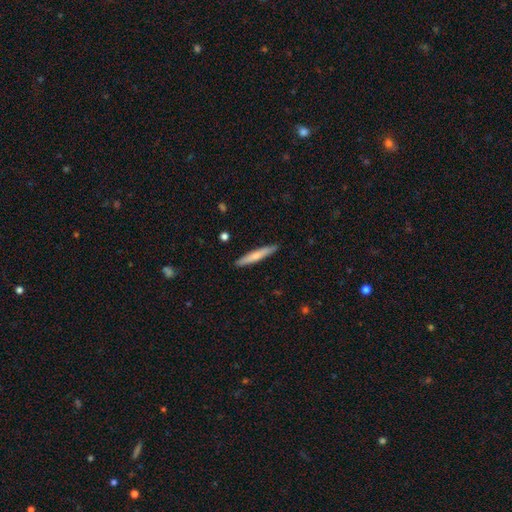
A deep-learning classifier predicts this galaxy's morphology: Overall: smooth (66%; featured or disk 29%). How rounded: cigar-shaped (94%). Merging: none (90%).